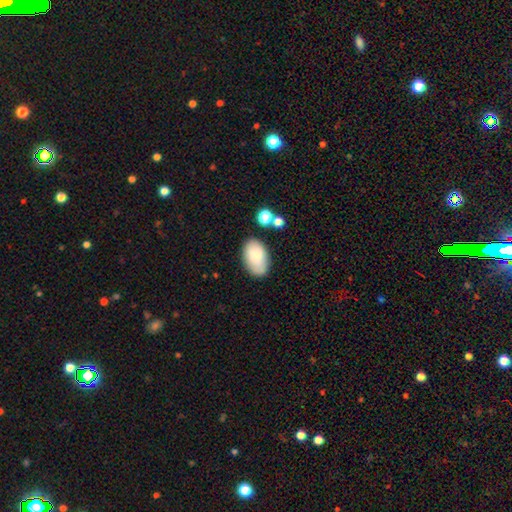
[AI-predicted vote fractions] This is clearly a smooth galaxy (81%). How rounded: clearly in between (94%). Merging: likely none (73%).